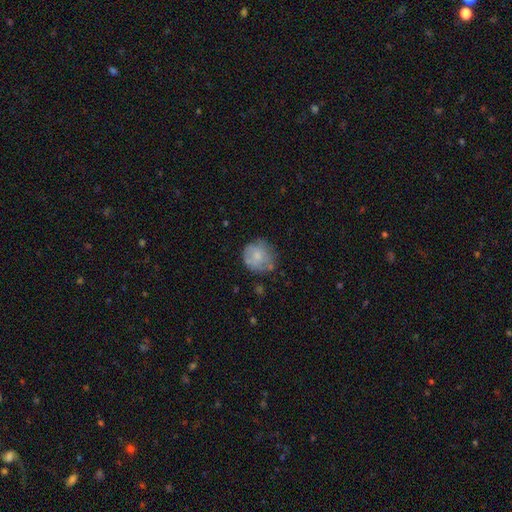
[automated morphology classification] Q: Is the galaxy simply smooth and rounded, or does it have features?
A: smooth — 61%.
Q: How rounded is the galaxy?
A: round — 87%.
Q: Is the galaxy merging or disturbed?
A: none — 64%.